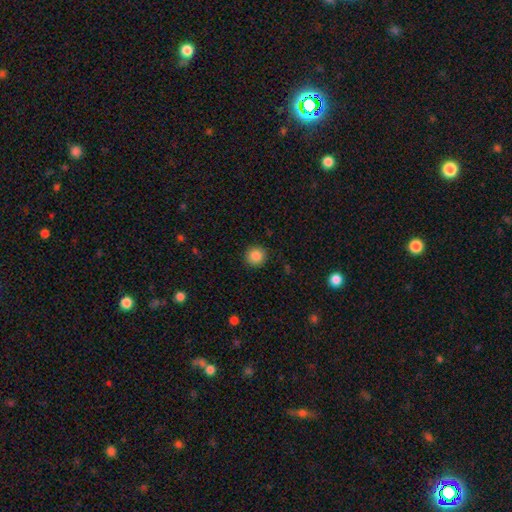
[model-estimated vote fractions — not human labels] smooth-or-featured: smooth: 86% | star or artifact: 10% | featured or disk: 4%
  how-rounded: round: 93% | in between: 6% | cigar-shaped: 1%
  merging: none: 91% | minor disturbance: 6% | major disturbance: 2% | merger: 1%